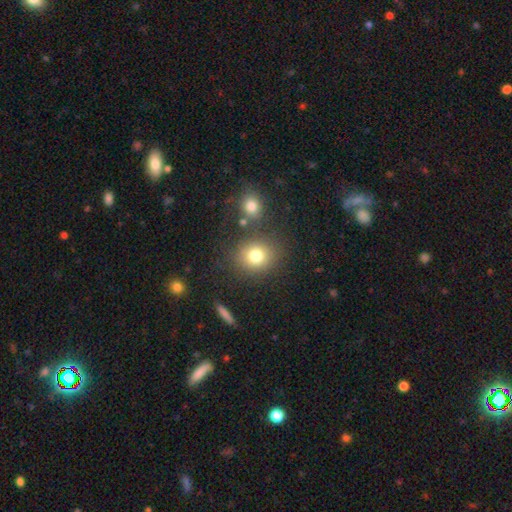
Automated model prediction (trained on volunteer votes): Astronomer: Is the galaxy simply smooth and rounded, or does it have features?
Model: smooth — 78%.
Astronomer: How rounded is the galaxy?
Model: round — 77%.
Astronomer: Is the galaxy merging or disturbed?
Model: none — 77%.